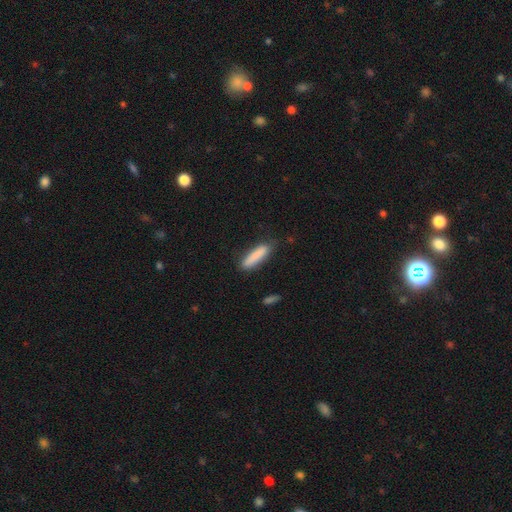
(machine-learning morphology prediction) smooth_or_featured: smooth (p=0.86) [alt: featured or disk p=0.08]
how_rounded: cigar-shaped (p=0.77) [alt: in between p=0.22]
merging: none (p=0.80) [alt: minor disturbance p=0.15]